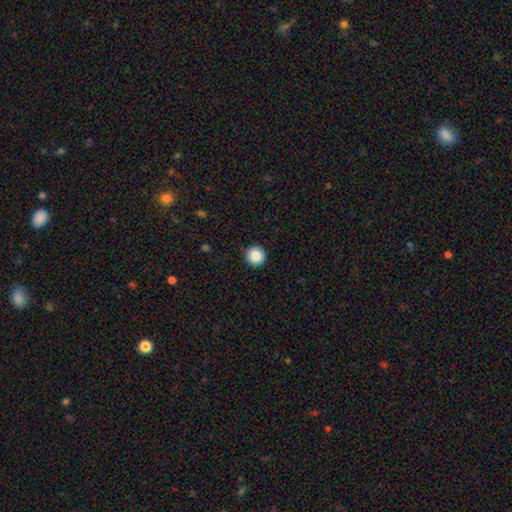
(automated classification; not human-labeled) Smooth or featured?
  - smooth: 85% *
  - star or artifact: 9%
  - featured or disk: 6%
How rounded?
  - round: 96% *
  - in between: 3%
  - cigar-shaped: 1%
Merging?
  - none: 93% *
  - minor disturbance: 5%
  - major disturbance: 2%
  - merger: 1%